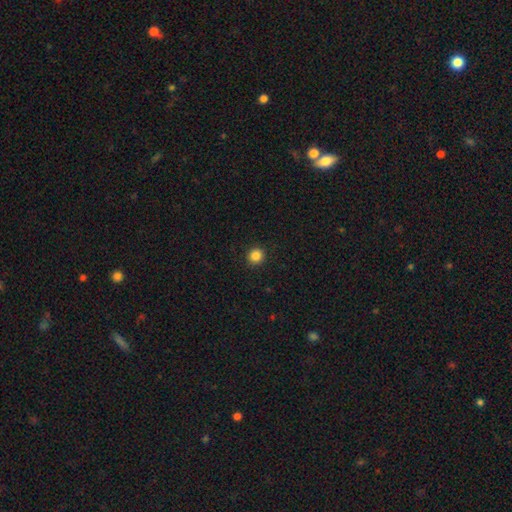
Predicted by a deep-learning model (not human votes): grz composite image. It shows a smooth galaxy with no disk features (86%) that is round (92%). Merging: none (92%).